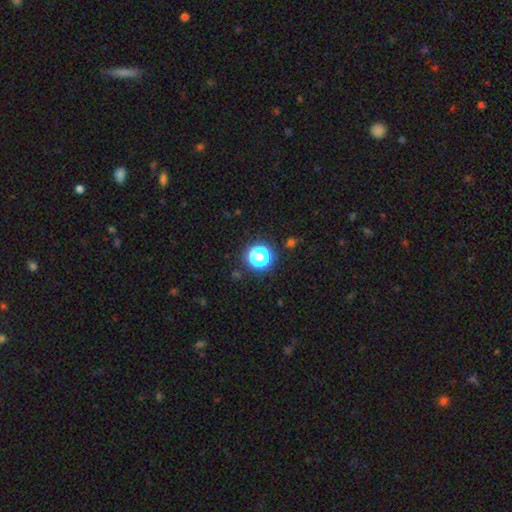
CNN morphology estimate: The model was most divided on "smooth or featured": smooth: 46%, star or artifact: 45%, featured or disk: 9%. More confident: merging — none (78%).